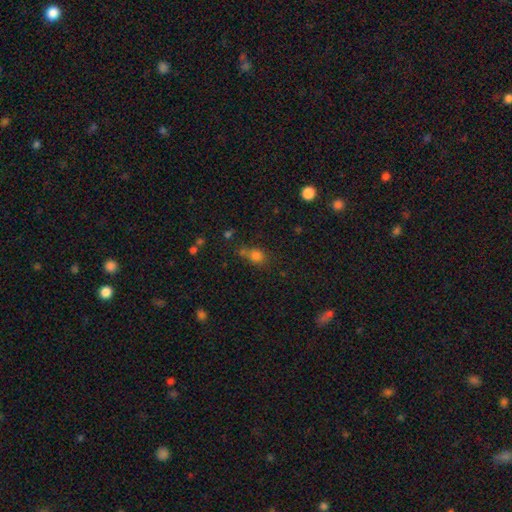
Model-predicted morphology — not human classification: Smooth or featured: smooth — 76% (star or artifact — 17%)
How rounded: round — 61% (in between — 37%)
Merging: none — 51% (merger — 21%)